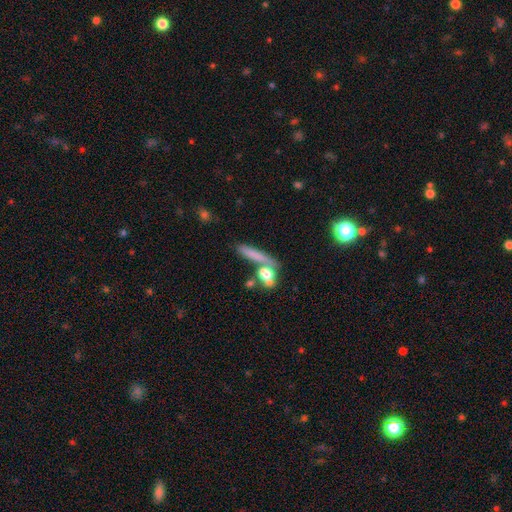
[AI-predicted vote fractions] smooth 63%, featured or disk 24%, star or artifact 13%. Down the decision tree: how rounded — cigar-shaped (66%); merging — none (54%).